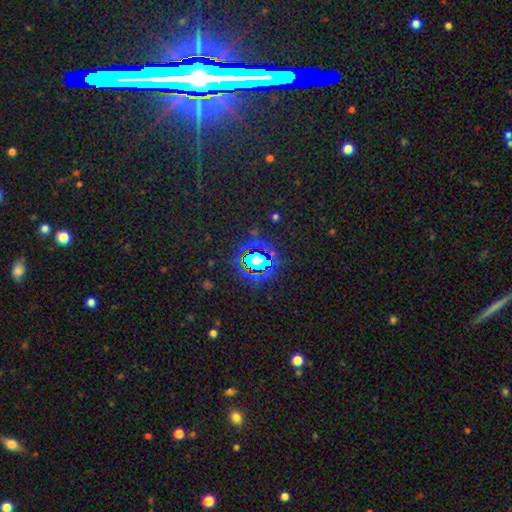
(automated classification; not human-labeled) This appears to be a star or artifact, not a galaxy (84%).